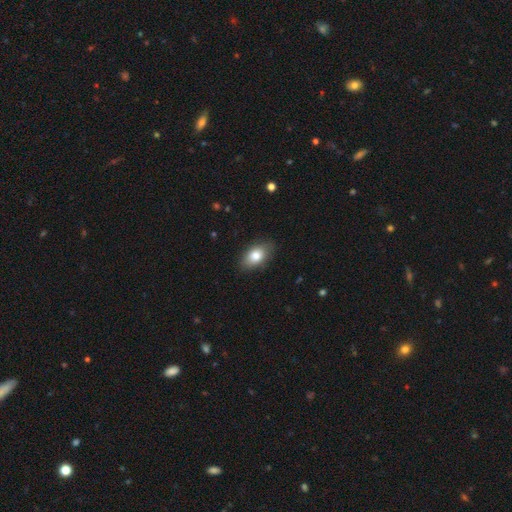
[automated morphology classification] smooth 81%, featured or disk 12%, star or artifact 8%. Down the decision tree: how rounded — in between (88%); merging — none (83%).